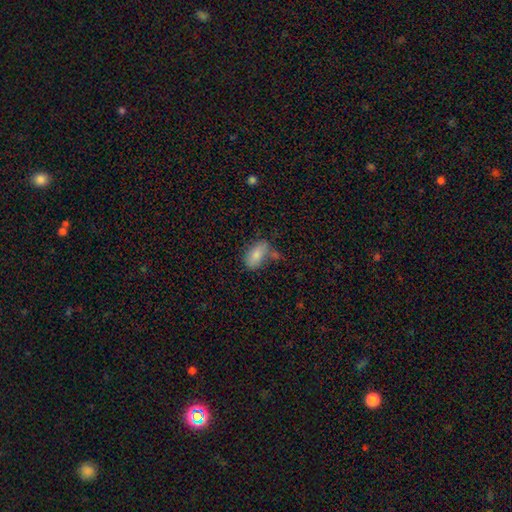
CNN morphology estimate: This appears to be a smooth galaxy with no disk features (81%) that is in between round and cigar-shaped (91%). Merging: none (52%).